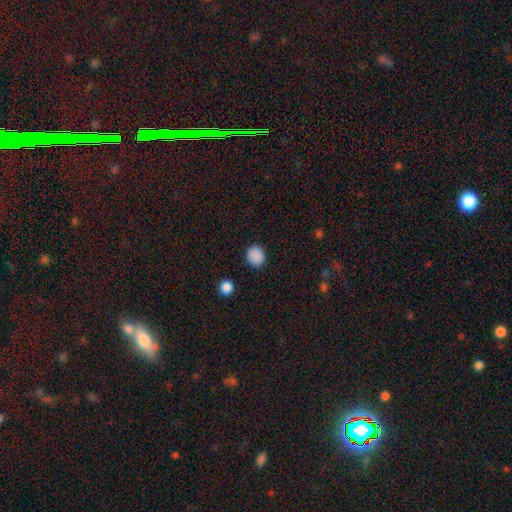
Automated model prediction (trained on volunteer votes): Smooth or featured? Predicted: smooth (p=0.88). How rounded? Predicted: round (p=0.79). Merging? Predicted: none (p=0.89).